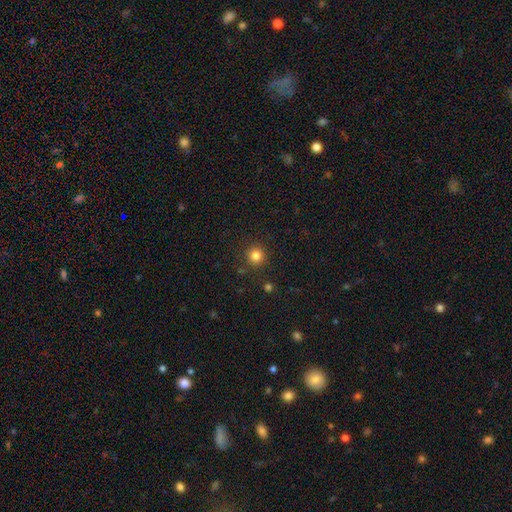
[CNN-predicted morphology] This appears to be a smooth galaxy with no disk features (83%) that is round (94%). Merging: none (89%).